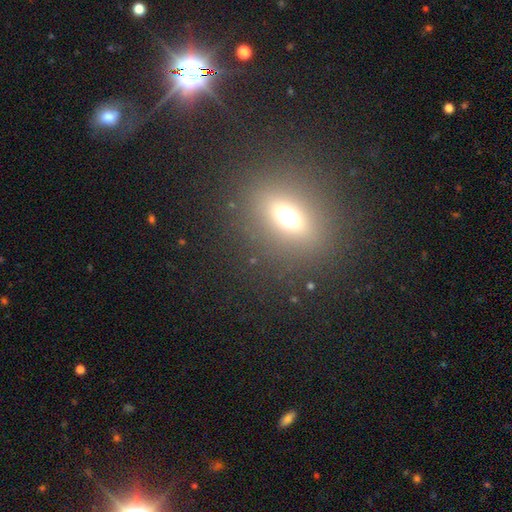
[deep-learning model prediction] smooth_or_featured: smooth (p=0.41) [alt: star or artifact p=0.31]
merging: none (p=0.89) [alt: minor disturbance p=0.06]